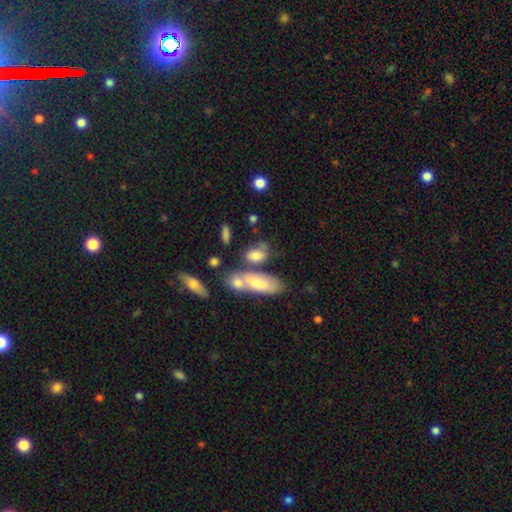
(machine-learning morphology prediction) smooth_or_featured: smooth (p=0.70) [alt: featured or disk p=0.21]
how_rounded: in between (p=0.81) [alt: round p=0.10]
merging: none (p=0.42) [alt: merger p=0.32]